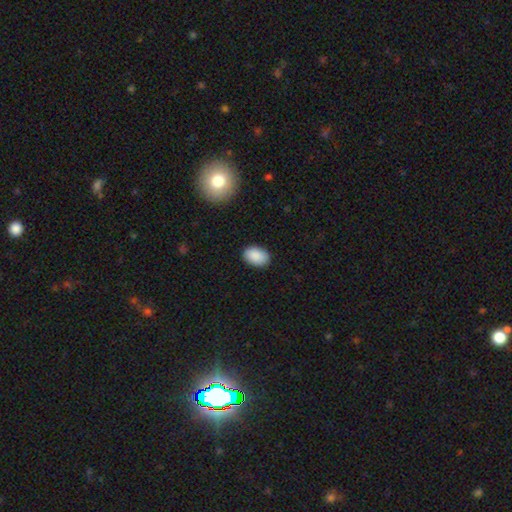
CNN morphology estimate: This is clearly a smooth galaxy (90%). How rounded: clearly in between (86%). Merging: clearly none (87%).